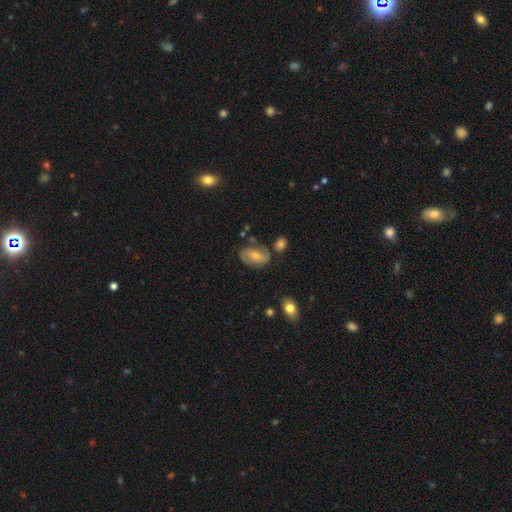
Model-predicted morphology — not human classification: The model was most divided on "smooth or featured": featured or disk: 50%, smooth: 42%, star or artifact: 8%. More confident: edge-on disk — no (95%); merging — none (66%).